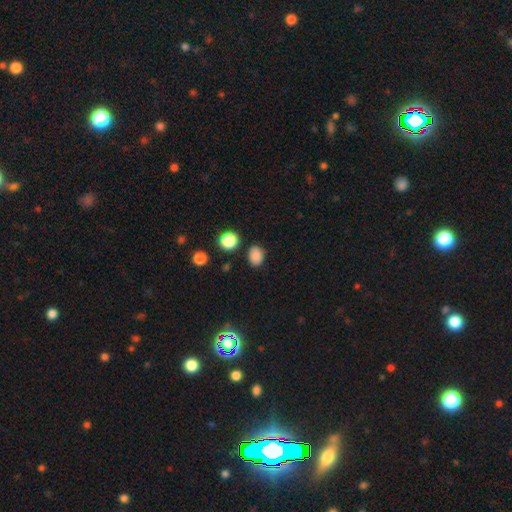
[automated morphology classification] Smooth or featured? Predicted: smooth (p=0.84). How rounded? Predicted: in between (p=0.59). Merging? Predicted: none (p=0.80).